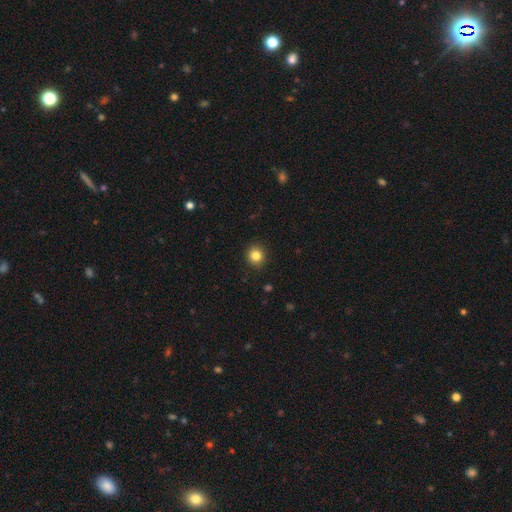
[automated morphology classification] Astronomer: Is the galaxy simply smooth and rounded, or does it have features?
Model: smooth — 83%.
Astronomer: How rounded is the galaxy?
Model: round — 90%.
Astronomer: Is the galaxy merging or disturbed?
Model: none — 91%.